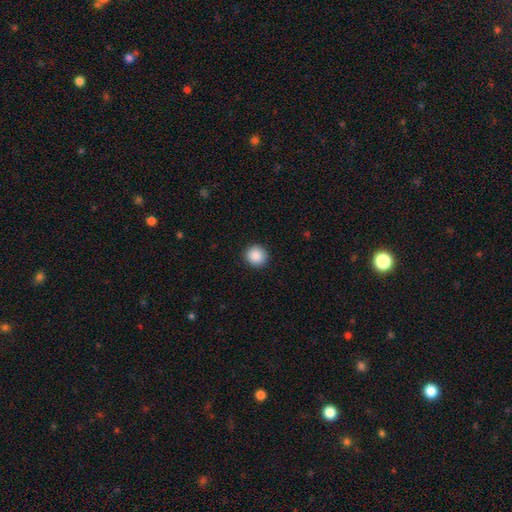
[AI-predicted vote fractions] Smooth or featured: smooth — 89% (star or artifact — 8%)
How rounded: round — 92% (in between — 7%)
Merging: none — 92% (minor disturbance — 5%)